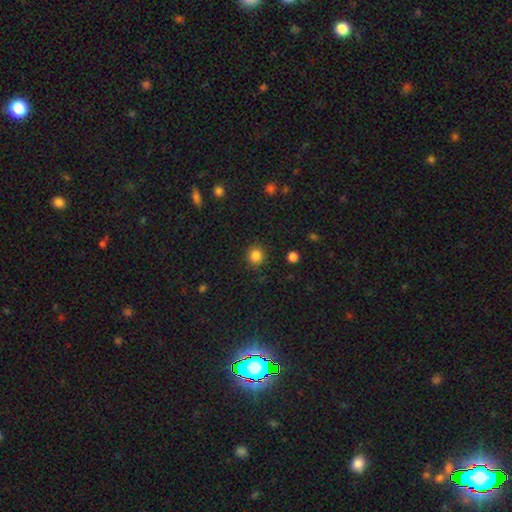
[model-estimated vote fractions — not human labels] Overall: smooth (85%). How rounded: round (89%). Merging: none (88%).